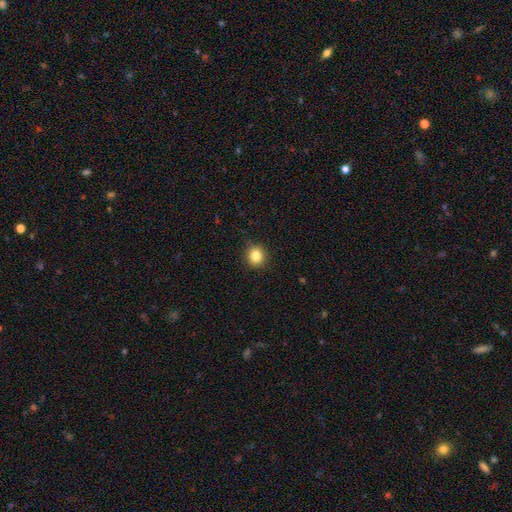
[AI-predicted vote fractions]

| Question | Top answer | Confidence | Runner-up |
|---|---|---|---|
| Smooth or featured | smooth | 84% | star or artifact (11%) |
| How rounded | round | 86% | in between (13%) |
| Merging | none | 90% | minor disturbance (7%) |